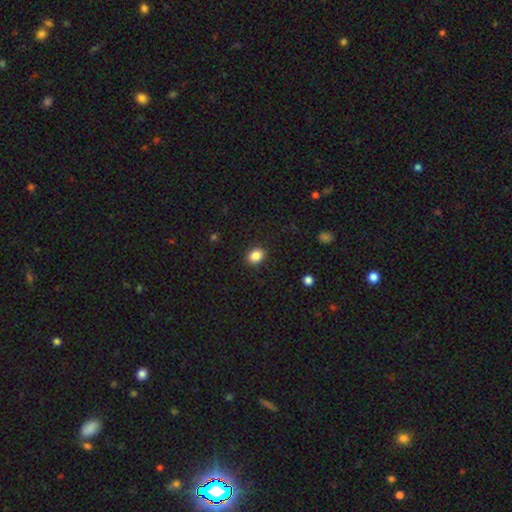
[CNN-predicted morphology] A smooth galaxy with no disk features (86%) that is in between round and cigar-shaped (62%). Merging: none (90%).